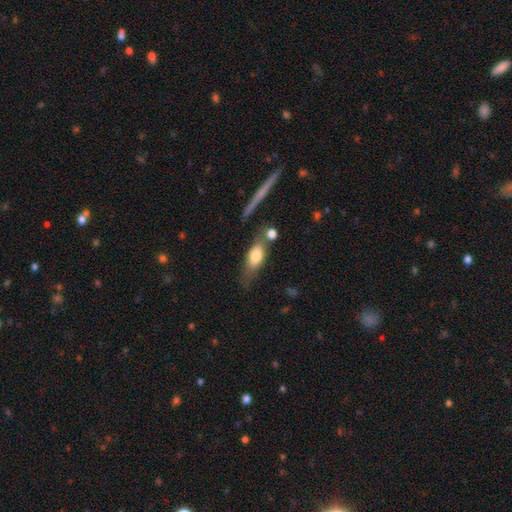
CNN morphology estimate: smooth 67%, featured or disk 26%, star or artifact 7%. Down the decision tree: how rounded — in between (65%); merging — none (53%).